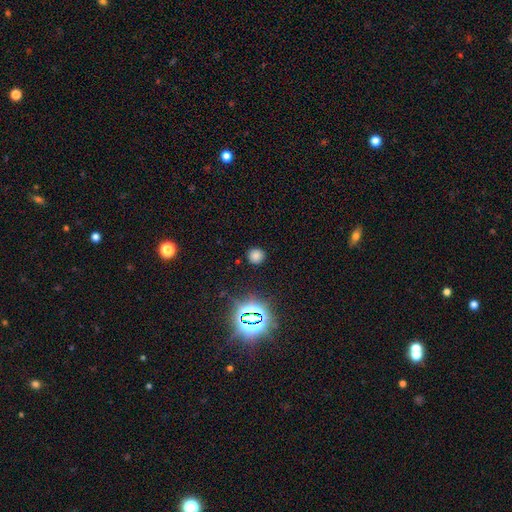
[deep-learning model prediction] Q: Smooth or featured?
A: smooth (72%); runner-up: star or artifact (22%)
Q: How rounded?
A: round (92%); runner-up: in between (7%)
Q: Merging?
A: none (88%); runner-up: minor disturbance (7%)